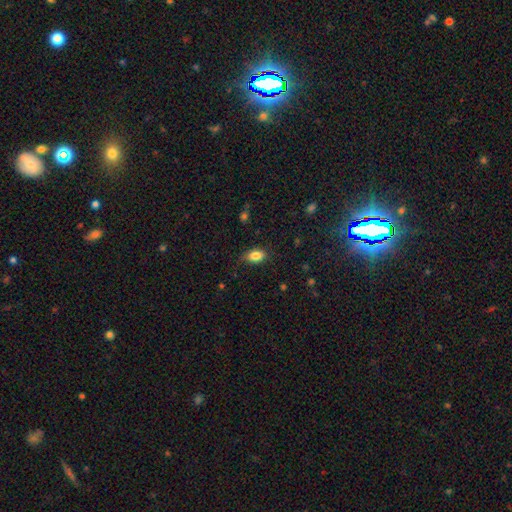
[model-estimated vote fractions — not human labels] smooth 85%, star or artifact 9%, featured or disk 7%. Down the decision tree: how rounded — in between (87%); merging — none (82%).